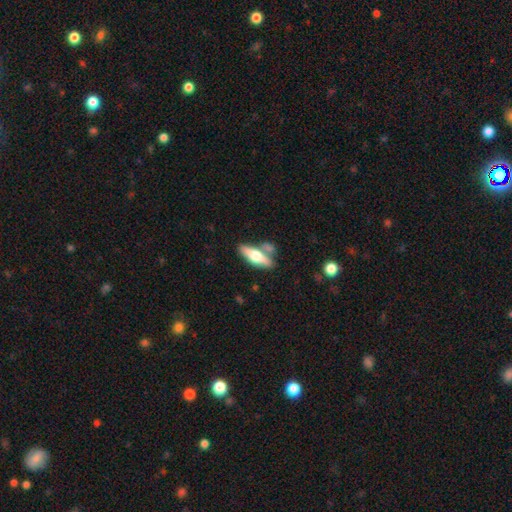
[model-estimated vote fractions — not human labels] smooth 49%, featured or disk 45%, star or artifact 6%. Down the decision tree: merging — none (62%).